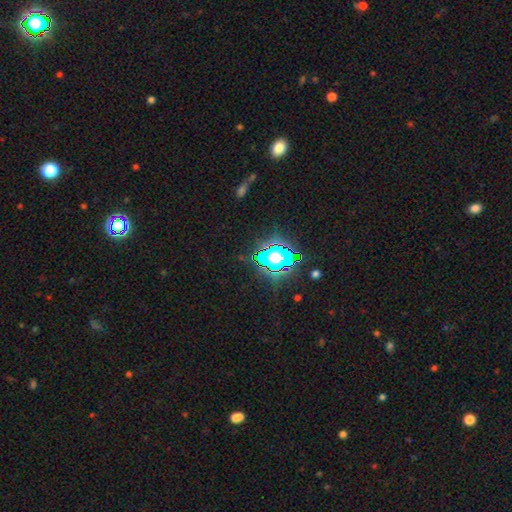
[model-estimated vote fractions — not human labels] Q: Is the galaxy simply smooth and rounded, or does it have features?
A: star or artifact — 77%.